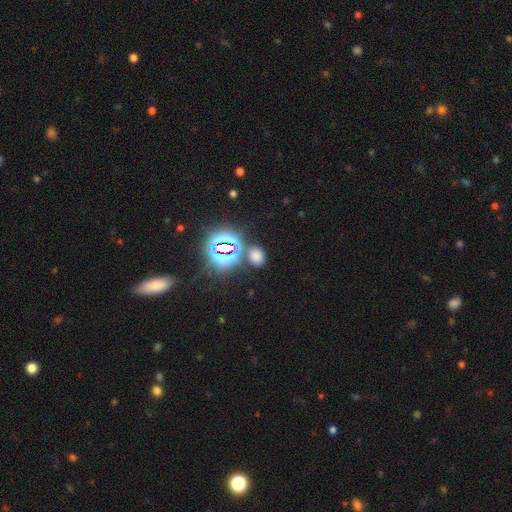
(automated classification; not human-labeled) Smooth or featured?
  - smooth: 62% *
  - star or artifact: 32%
  - featured or disk: 6%
How rounded?
  - in between: 50% *
  - round: 48%
  - cigar-shaped: 1%
Merging?
  - none: 78% *
  - minor disturbance: 10%
  - merger: 8%
  - major disturbance: 4%